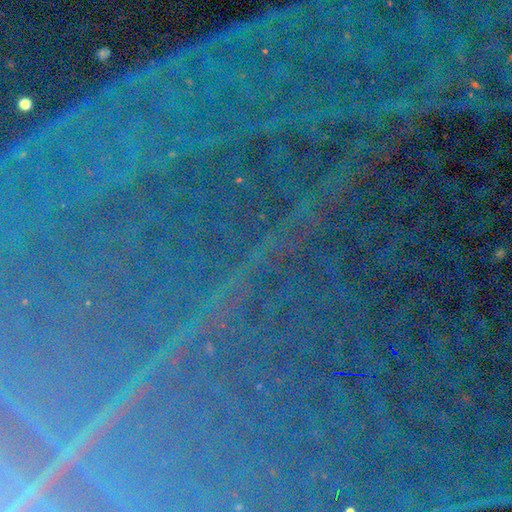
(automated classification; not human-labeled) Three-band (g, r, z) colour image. It shows a star or artifact, not a galaxy (88%).